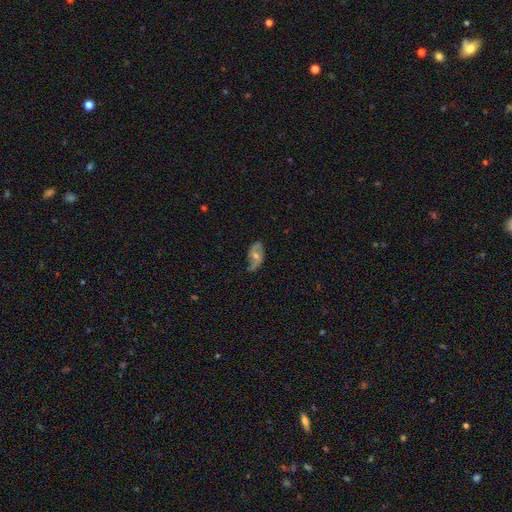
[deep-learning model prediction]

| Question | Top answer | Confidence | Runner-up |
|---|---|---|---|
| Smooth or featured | featured or disk | 72% | smooth (19%) |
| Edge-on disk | no | 94% | yes (6%) |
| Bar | no | 62% | weak (31%) |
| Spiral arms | yes | 88% | no (12%) |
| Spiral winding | medium | 41% | loose (40%) |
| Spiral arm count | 2 | 81% | can't tell (9%) |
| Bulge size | moderate | 59% | small (35%) |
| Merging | none | 65% | minor disturbance (24%) |